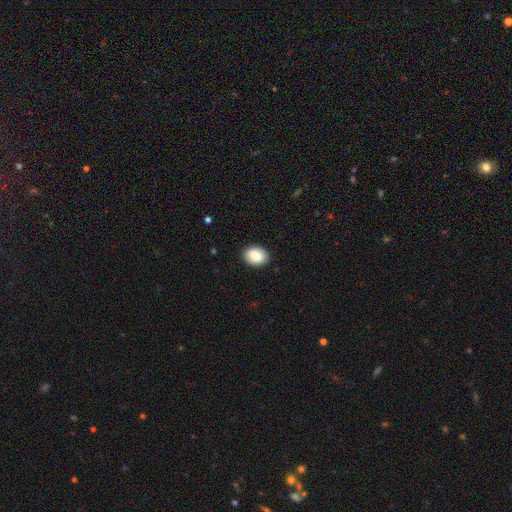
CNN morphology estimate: Overall: smooth (81%). How rounded: in between (70%). Merging: none (89%).